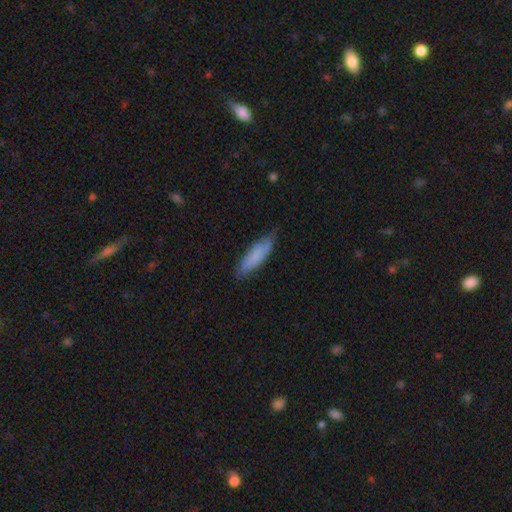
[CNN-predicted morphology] Smooth or featured? Predicted: smooth (p=0.79). How rounded? Predicted: cigar-shaped (p=0.65). Merging? Predicted: none (p=0.70).